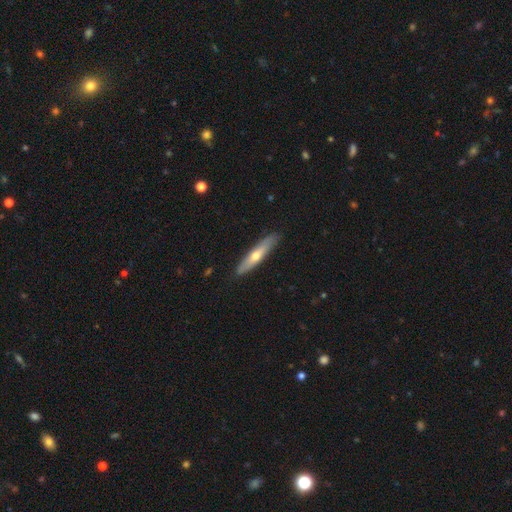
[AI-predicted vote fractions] Smooth or featured? smooth (50%)
How rounded? cigar-shaped (85%)
Merging? none (88%)